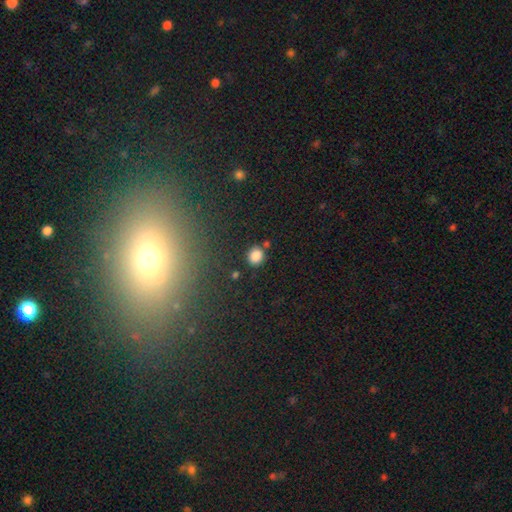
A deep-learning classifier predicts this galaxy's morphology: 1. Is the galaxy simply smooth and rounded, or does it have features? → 84% smooth, 11% star or artifact, 5% featured or disk.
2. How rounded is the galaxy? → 75% round, 24% in between, 1% cigar-shaped.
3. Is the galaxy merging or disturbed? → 79% none, 11% minor disturbance, 7% merger, 3% major disturbance.